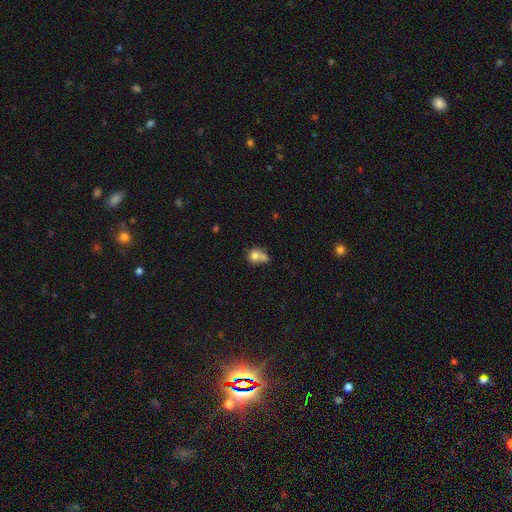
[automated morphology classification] Smooth or featured?
  - smooth: 73% *
  - featured or disk: 17%
  - star or artifact: 10%
How rounded?
  - round: 70% *
  - in between: 29%
  - cigar-shaped: 1%
Merging?
  - merger: 51% *
  - none: 30%
  - minor disturbance: 12%
  - major disturbance: 7%